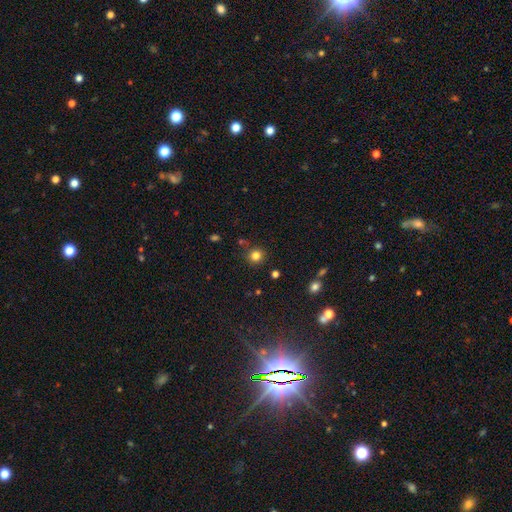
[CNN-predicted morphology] Q: Smooth or featured?
A: smooth (81%); runner-up: star or artifact (14%)
Q: How rounded?
A: round (93%); runner-up: in between (6%)
Q: Merging?
A: none (84%); runner-up: minor disturbance (8%)